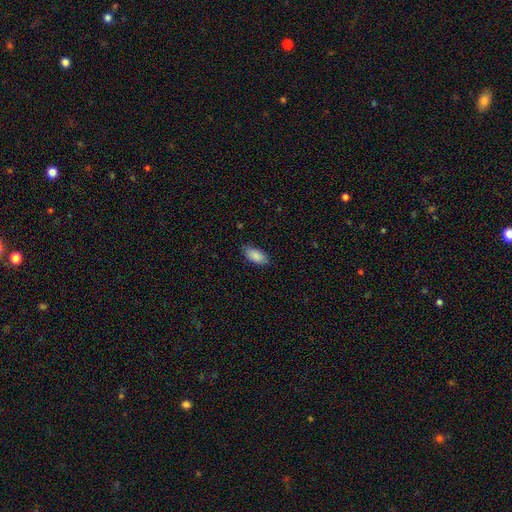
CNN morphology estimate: The model was most divided on "merging": none: 81%, minor disturbance: 15%, major disturbance: 3%, merger: 1%. More confident: how rounded — in between (91%); smooth or featured — smooth (88%).